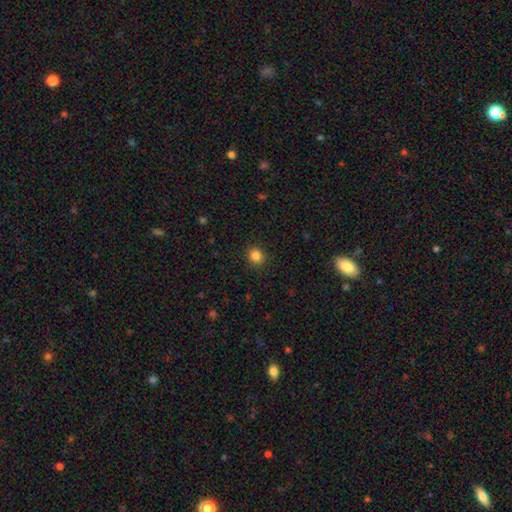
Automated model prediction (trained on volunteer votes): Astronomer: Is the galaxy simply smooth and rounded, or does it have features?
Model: smooth — 84%.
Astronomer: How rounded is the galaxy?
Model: round — 85%.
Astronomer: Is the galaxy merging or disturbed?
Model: none — 90%.